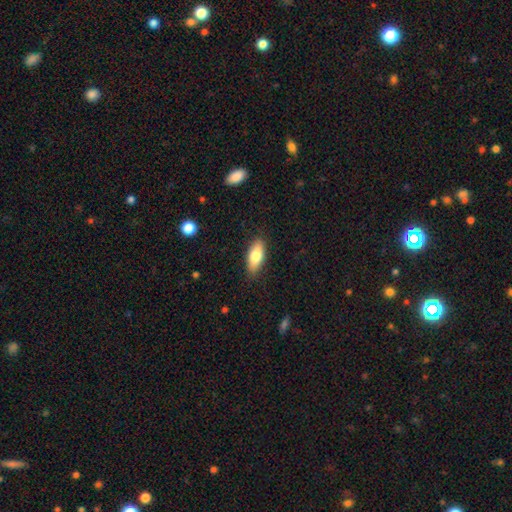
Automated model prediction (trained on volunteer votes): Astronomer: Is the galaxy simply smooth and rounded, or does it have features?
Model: smooth — 78%.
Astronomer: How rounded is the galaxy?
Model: in between — 82%.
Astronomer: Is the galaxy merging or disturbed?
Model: none — 87%.